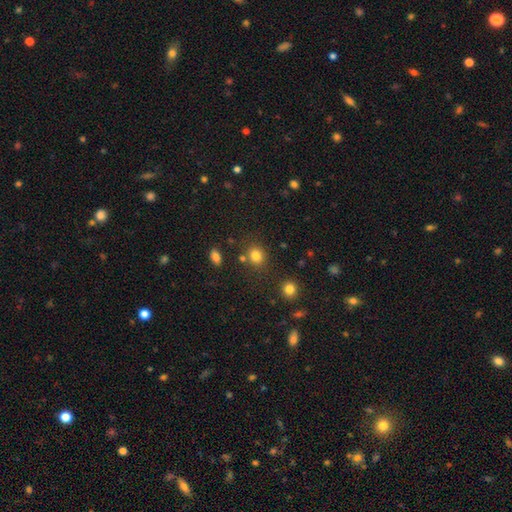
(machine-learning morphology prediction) Overall: smooth (81%). How rounded: round (69%; in between 30%). Merging: none (75%).